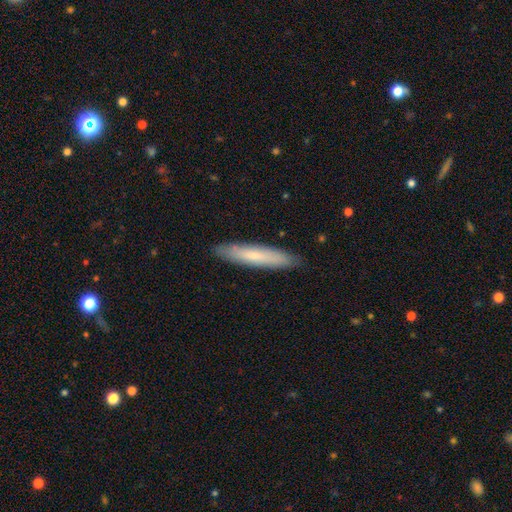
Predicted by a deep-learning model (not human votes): Smooth or featured? smooth (67%)
How rounded? cigar-shaped (90%)
Merging? none (89%)